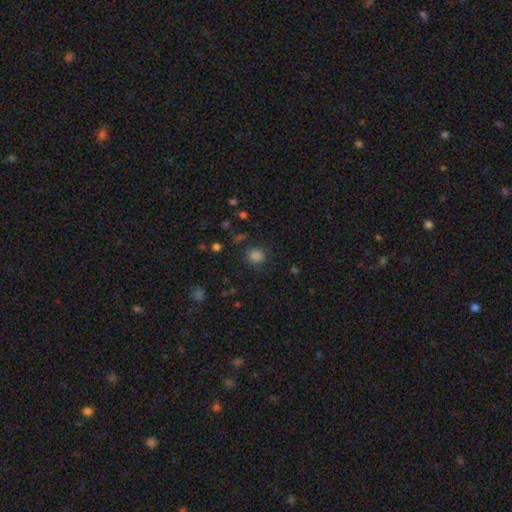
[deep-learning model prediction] The model was most divided on "smooth or featured": smooth: 81%, star or artifact: 15%, featured or disk: 4%. More confident: how rounded — round (90%); merging — none (85%).